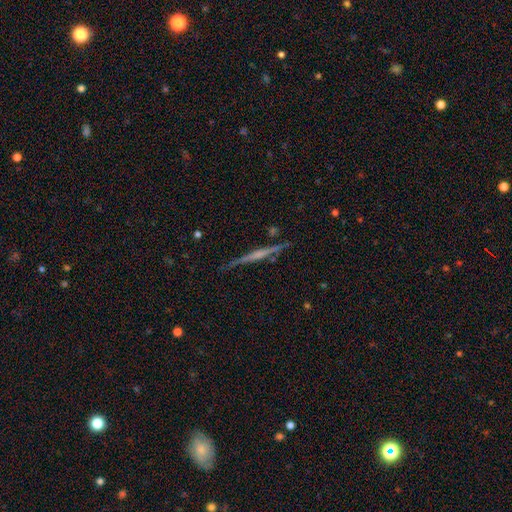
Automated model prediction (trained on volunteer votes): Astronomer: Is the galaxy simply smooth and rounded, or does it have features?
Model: featured or disk — 72%.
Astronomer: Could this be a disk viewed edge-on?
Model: yes — 98%.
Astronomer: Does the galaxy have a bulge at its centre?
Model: none — 52% (runner-up: rounded, 32%).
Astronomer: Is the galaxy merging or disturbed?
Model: none — 86%.